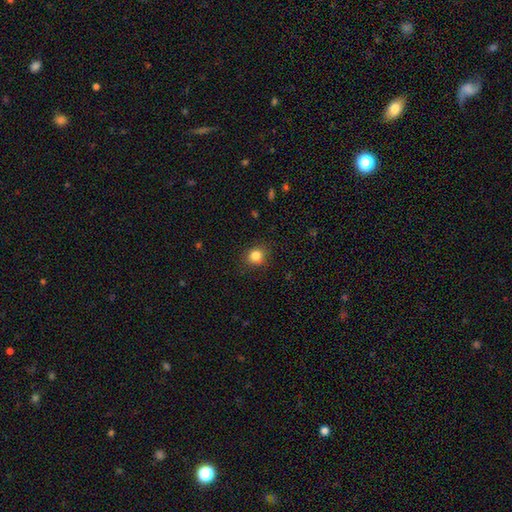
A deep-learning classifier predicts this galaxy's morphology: The model was most divided on "how rounded": round: 80%, in between: 19%, cigar-shaped: 1%. More confident: merging — none (86%); smooth or featured — smooth (83%).